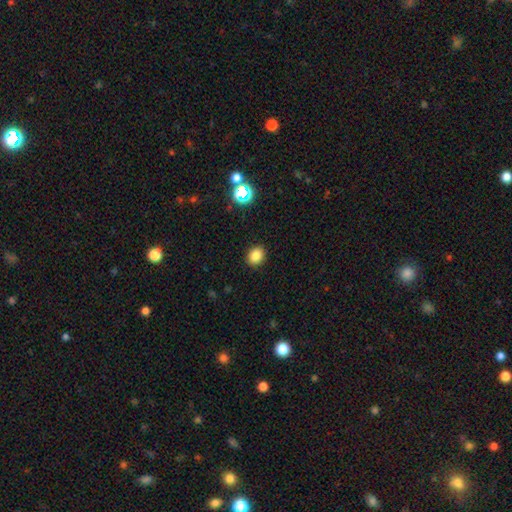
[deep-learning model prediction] smooth-or-featured: smooth: 83% | star or artifact: 13% | featured or disk: 5%
  how-rounded: round: 56% | in between: 43% | cigar-shaped: 1%
  merging: none: 90% | minor disturbance: 6% | major disturbance: 2% | merger: 1%